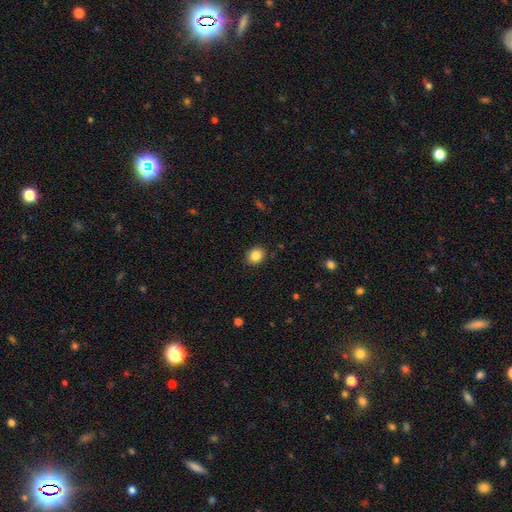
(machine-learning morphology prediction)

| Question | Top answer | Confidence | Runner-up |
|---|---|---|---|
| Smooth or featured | smooth | 85% | star or artifact (10%) |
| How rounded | round | 59% | in between (40%) |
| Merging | none | 89% | minor disturbance (8%) |